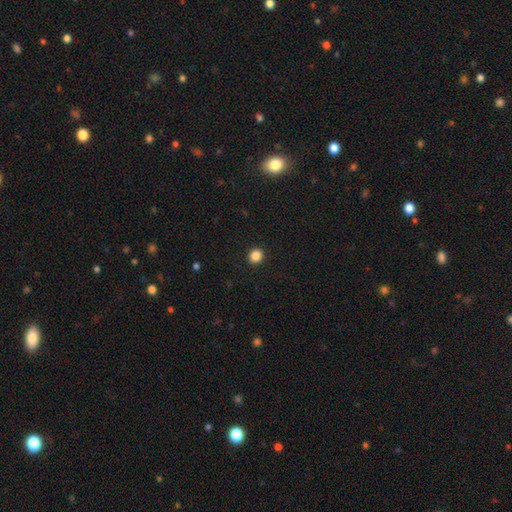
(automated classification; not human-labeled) smooth-or-featured: smooth: 86% | star or artifact: 11% | featured or disk: 3%
  how-rounded: round: 88% | in between: 11% | cigar-shaped: 1%
  merging: none: 93% | minor disturbance: 5% | major disturbance: 2% | merger: 1%